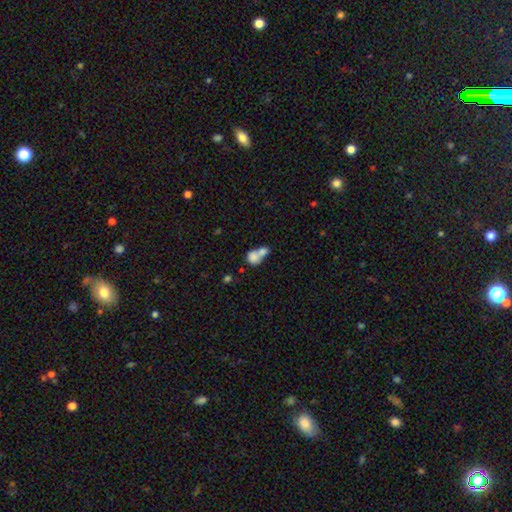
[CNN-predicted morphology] Smooth or featured? smooth (77%)
How rounded? round (56%)
Merging? merger (72%)